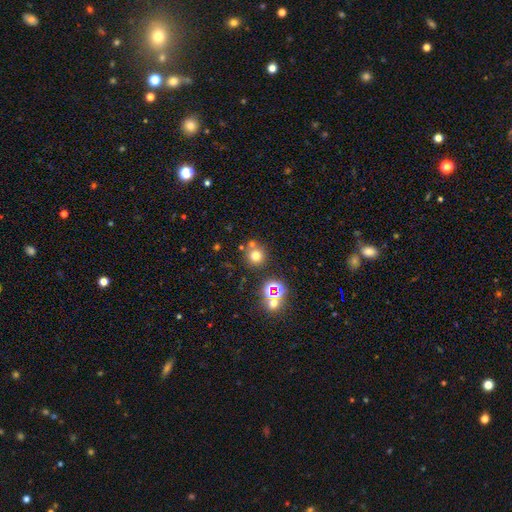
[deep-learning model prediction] Morphology: type=smooth (69%); roundness=round (93%); merging=none (74%).